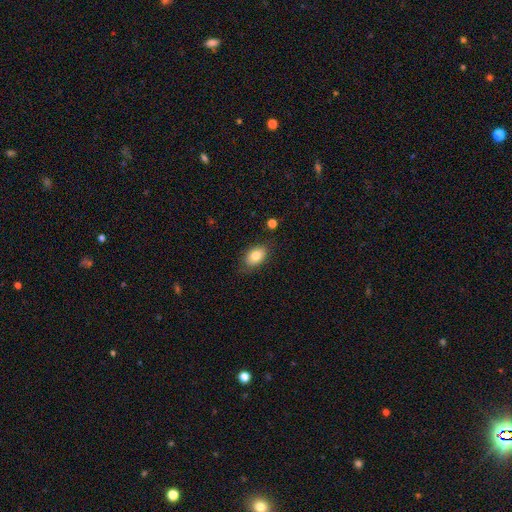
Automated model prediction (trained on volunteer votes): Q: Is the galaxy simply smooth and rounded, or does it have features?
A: smooth — 82%.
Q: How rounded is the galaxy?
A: in between — 88%.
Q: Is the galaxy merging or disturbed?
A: none — 80%.